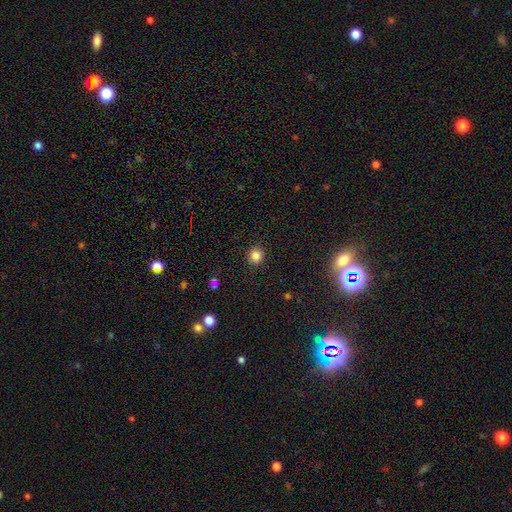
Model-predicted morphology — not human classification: A smooth galaxy with no disk features (84%) that is round (90%).

Vote fractions:
- Smooth or featured? smooth: 84% / star or artifact: 12% / featured or disk: 4%
- How rounded? round: 90% / in between: 9% / cigar-shaped: 1%
- Merging? none: 90% / minor disturbance: 6% / major disturbance: 2% / merger: 1%